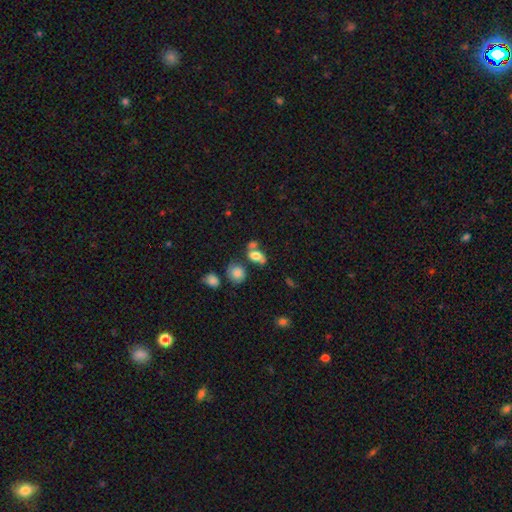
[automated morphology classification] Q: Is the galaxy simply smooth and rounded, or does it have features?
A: smooth — 68%.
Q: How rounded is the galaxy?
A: in between — 75%.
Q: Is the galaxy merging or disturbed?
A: none — 38%.